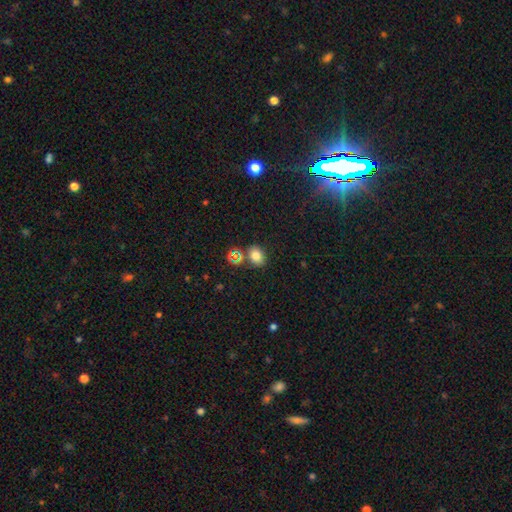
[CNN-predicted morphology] smooth 76%, star or artifact 16%, featured or disk 8%. Down the decision tree: how rounded — in between (59%); merging — none (76%).